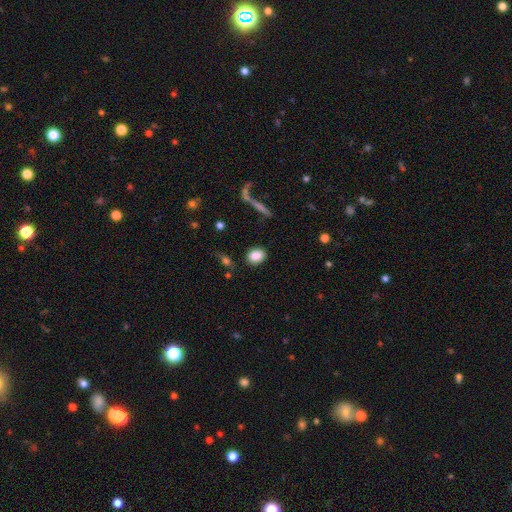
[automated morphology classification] Smooth or featured?
  - smooth: 87% *
  - star or artifact: 8%
  - featured or disk: 6%
How rounded?
  - in between: 67% *
  - round: 31%
  - cigar-shaped: 2%
Merging?
  - none: 84% *
  - minor disturbance: 10%
  - major disturbance: 4%
  - merger: 3%